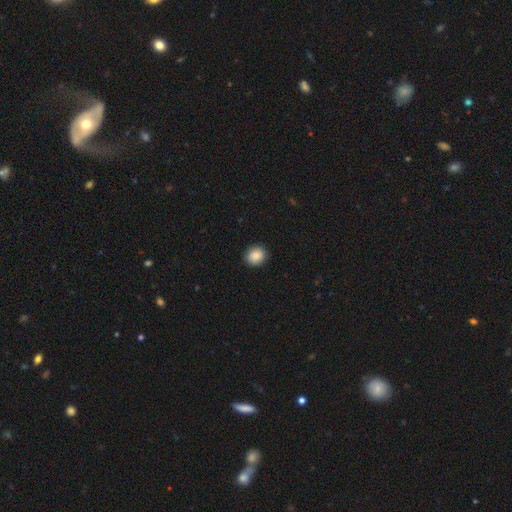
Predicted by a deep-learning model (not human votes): This appears to be a smooth galaxy with no disk features (89%) that is round (68%). Merging: none (90%).